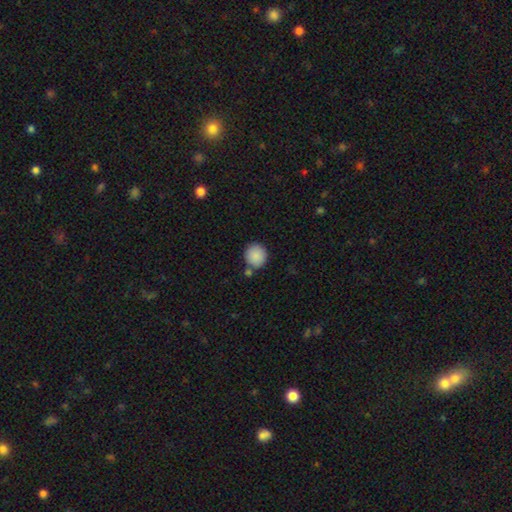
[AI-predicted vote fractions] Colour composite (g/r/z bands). It shows a smooth galaxy with no disk features (88%) that is round (89%). Merging: none (76%).